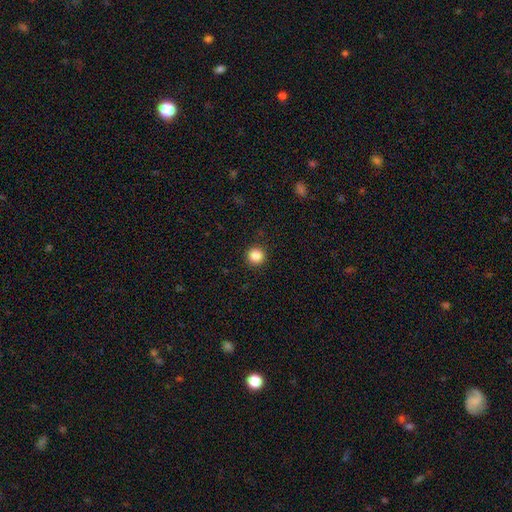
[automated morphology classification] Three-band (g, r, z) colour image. It shows a smooth galaxy with no disk features (86%) that is round (96%). Merging: none (93%).